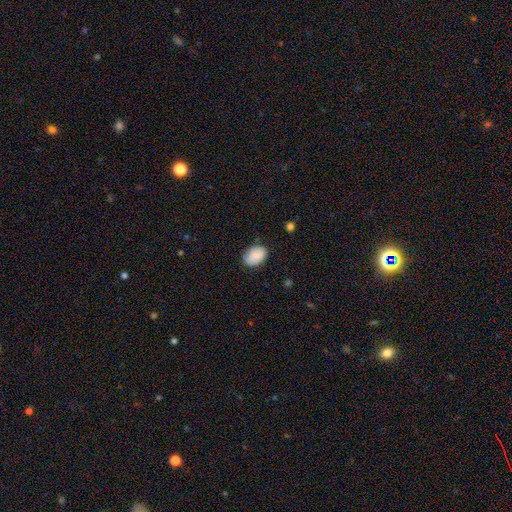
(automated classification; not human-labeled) Smooth or featured? Predicted: smooth (p=0.84). How rounded? Predicted: in between (p=0.78). Merging? Predicted: none (p=0.75).